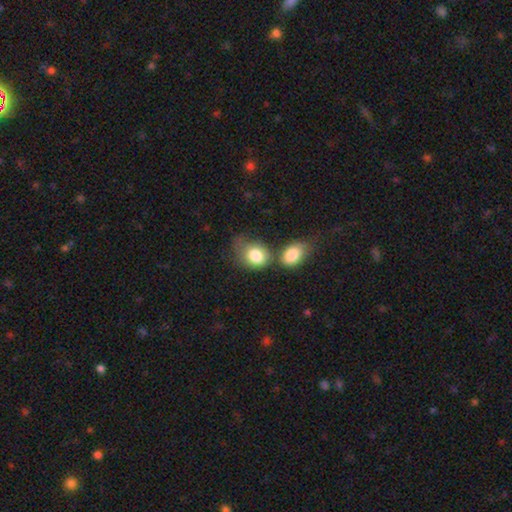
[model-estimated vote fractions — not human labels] A smooth galaxy with no disk features (81%) that is in between round and cigar-shaped (58%).

Vote fractions:
- Smooth or featured? smooth: 81% / featured or disk: 11% / star or artifact: 8%
- How rounded? in between: 58% / round: 40% / cigar-shaped: 1%
- Merging? merger: 38% / none: 30% / minor disturbance: 20% / major disturbance: 12%